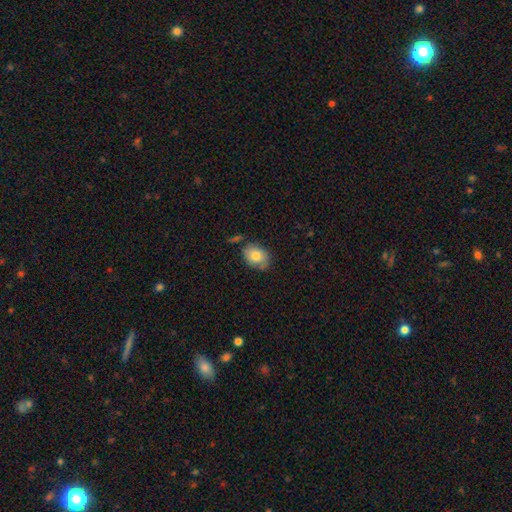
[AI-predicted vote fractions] A smooth galaxy with no disk features (75%) that is in between round and cigar-shaped (65%). Merging: none (67%).